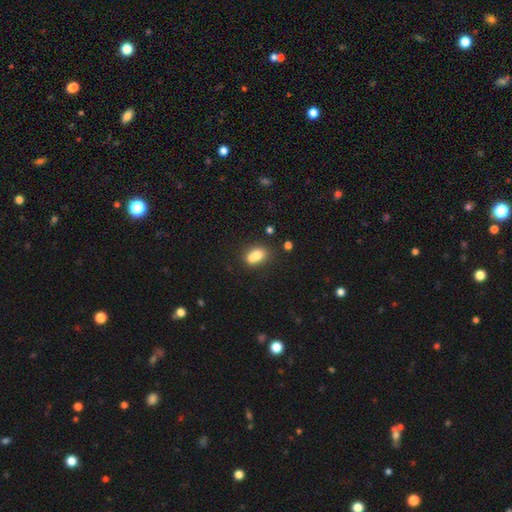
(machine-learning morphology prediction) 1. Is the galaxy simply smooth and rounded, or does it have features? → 75% smooth, 15% featured or disk, 10% star or artifact.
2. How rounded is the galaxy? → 71% in between, 27% round, 2% cigar-shaped.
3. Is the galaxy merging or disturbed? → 42% merger, 38% none, 15% minor disturbance, 5% major disturbance.